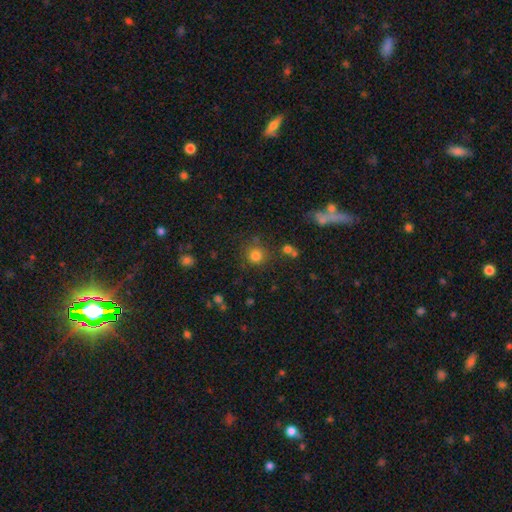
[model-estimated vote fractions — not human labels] Morphology: type=smooth (79%); roundness=round (93%); merging=none (79%).